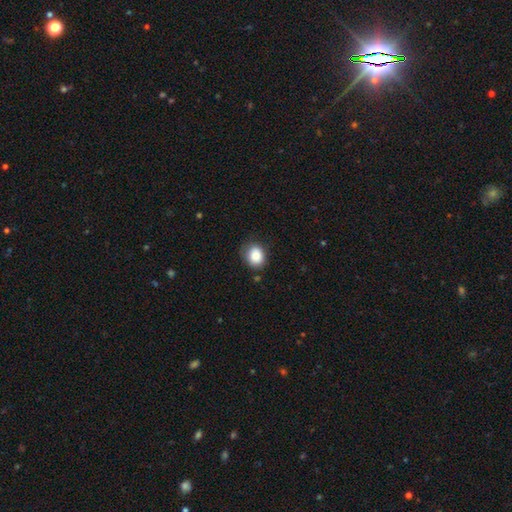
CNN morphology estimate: smooth-or-featured: smooth: 85% | star or artifact: 9% | featured or disk: 6%
  how-rounded: round: 56% | in between: 44% | cigar-shaped: 1%
  merging: none: 74% | minor disturbance: 20% | major disturbance: 5% | merger: 2%